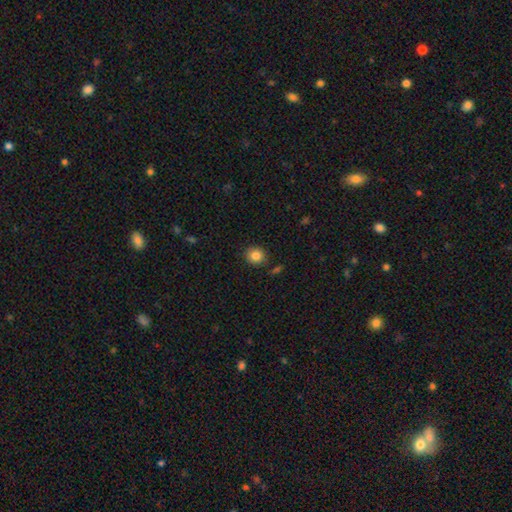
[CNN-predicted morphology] Smooth or featured? smooth (84%)
How rounded? round (87%)
Merging? none (88%)